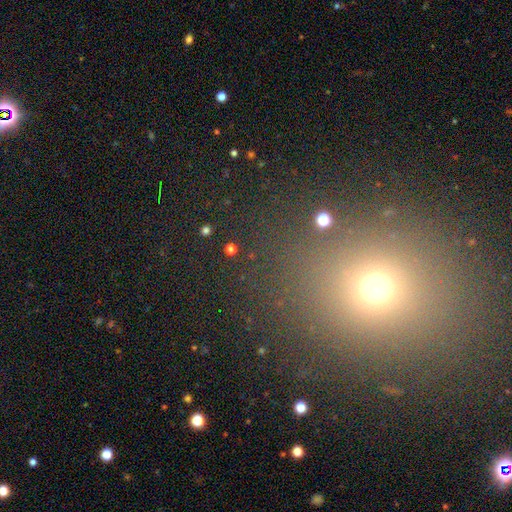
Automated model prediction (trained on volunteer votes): Morphology: type=smooth (46%); merging=none (86%).